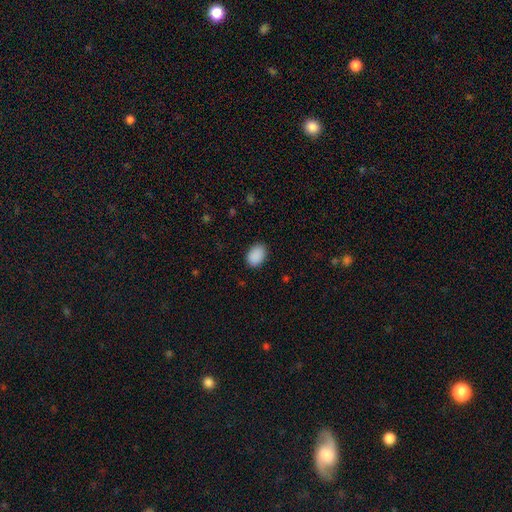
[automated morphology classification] Q: Smooth or featured?
A: smooth (90%); runner-up: star or artifact (7%)
Q: How rounded?
A: in between (81%); runner-up: round (18%)
Q: Merging?
A: none (85%); runner-up: minor disturbance (12%)